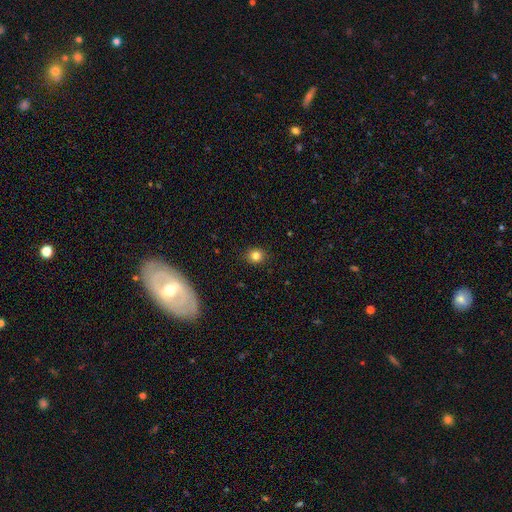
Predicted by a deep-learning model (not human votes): Smooth or featured? smooth (82%)
How rounded? round (81%)
Merging? none (90%)